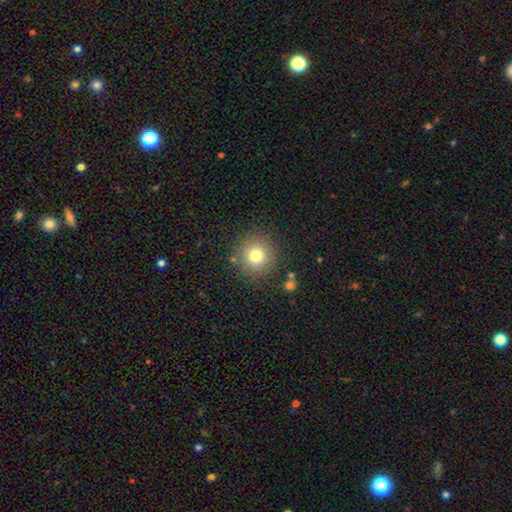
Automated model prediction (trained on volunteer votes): Smooth or featured: smooth — 78% (star or artifact — 13%)
How rounded: round — 94% (in between — 5%)
Merging: none — 86% (minor disturbance — 8%)